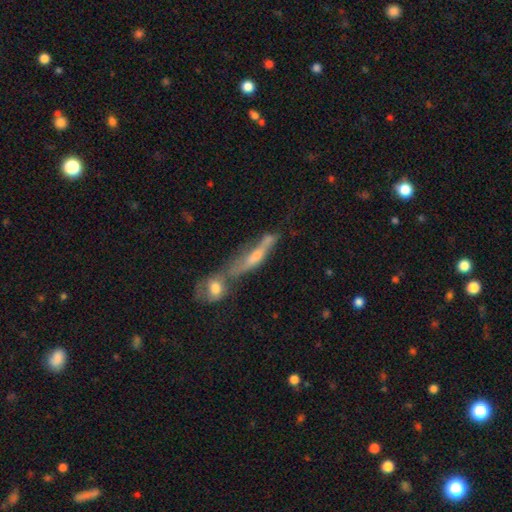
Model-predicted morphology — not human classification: Smooth or featured? Predicted: featured or disk (p=0.56). Edge-on disk? Predicted: yes (p=0.65). Merging? Predicted: merger (p=0.56).